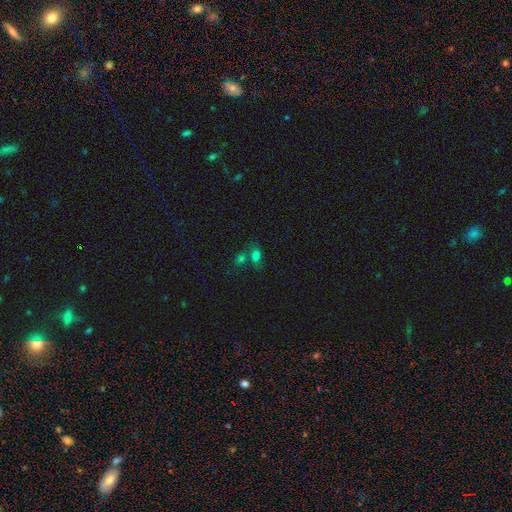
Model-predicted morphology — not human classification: smooth-or-featured: smooth: 69% | star or artifact: 18% | featured or disk: 13%
  how-rounded: in between: 74% | round: 22% | cigar-shaped: 4%
  merging: none: 43% | merger: 40% | minor disturbance: 12% | major disturbance: 6%